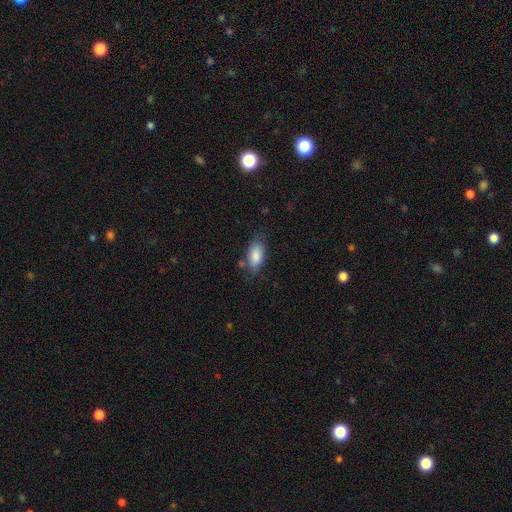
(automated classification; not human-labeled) Smooth or featured? smooth (85%)
How rounded? in between (91%)
Merging? none (66%)